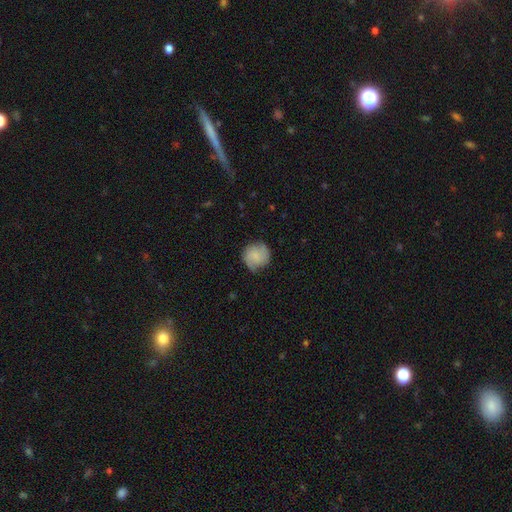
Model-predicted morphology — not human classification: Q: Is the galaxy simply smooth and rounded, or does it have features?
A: smooth — 52%.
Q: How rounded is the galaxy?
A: round — 89%.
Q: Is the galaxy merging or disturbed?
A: none — 76%.